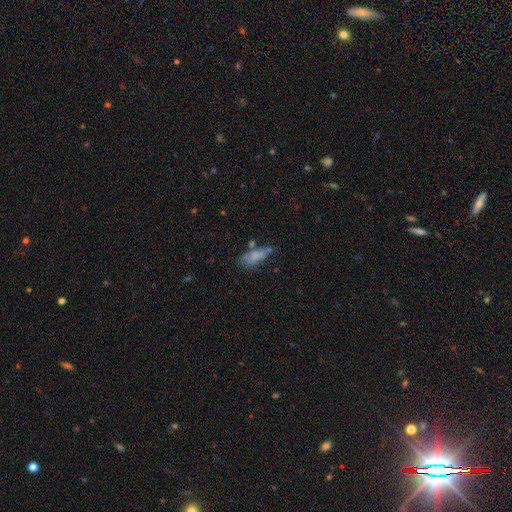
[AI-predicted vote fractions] Smooth or featured? Predicted: smooth (p=0.64). How rounded? Predicted: in between (p=0.61). Merging? Predicted: none (p=0.47).